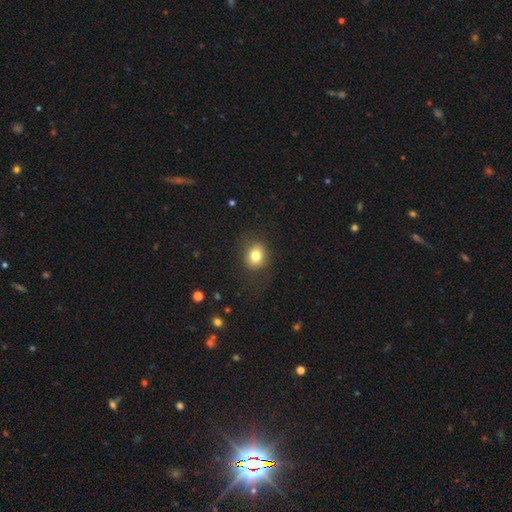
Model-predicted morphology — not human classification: This appears to be a smooth galaxy with no disk features (80%) that is round (64%). Merging: none (82%).